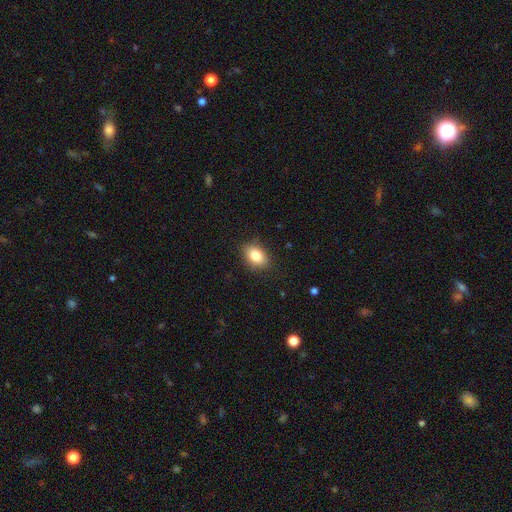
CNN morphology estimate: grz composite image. It shows a smooth galaxy with no disk features (83%) that is in between round and cigar-shaped (81%). Merging: none (85%).